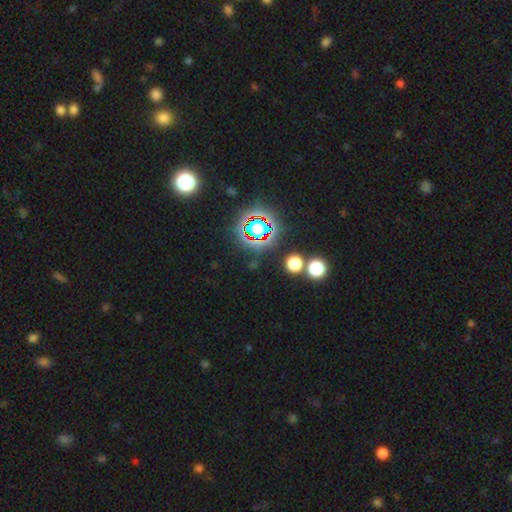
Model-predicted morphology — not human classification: The model was most divided on "smooth or featured": star or artifact: 73%, smooth: 18%, featured or disk: 9%.